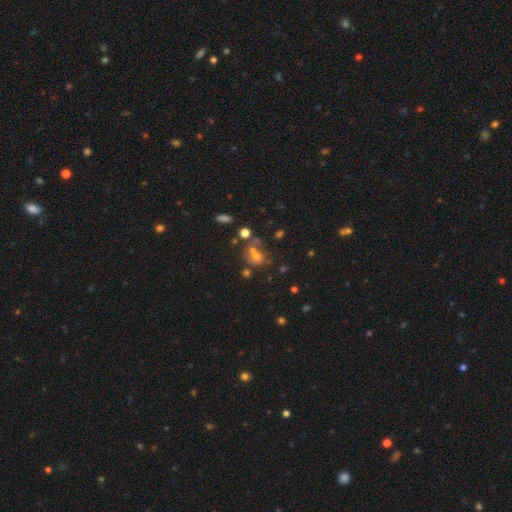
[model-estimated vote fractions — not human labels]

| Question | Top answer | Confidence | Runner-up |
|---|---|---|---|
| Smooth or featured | smooth | 49% | star or artifact (26%) |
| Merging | none | 42% | merger (31%) |